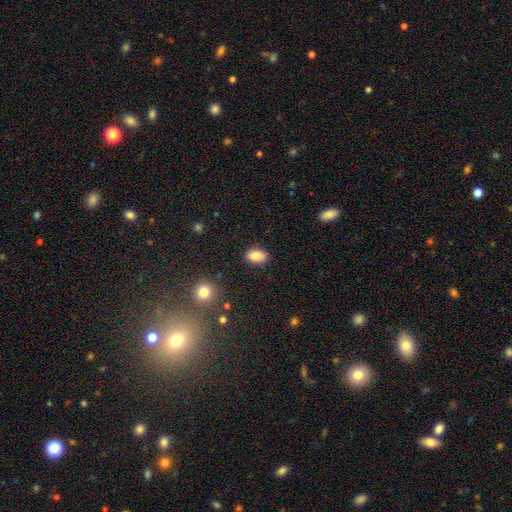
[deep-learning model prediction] This is clearly a smooth galaxy (85%). How rounded: clearly in between (85%). Merging: clearly none (85%).